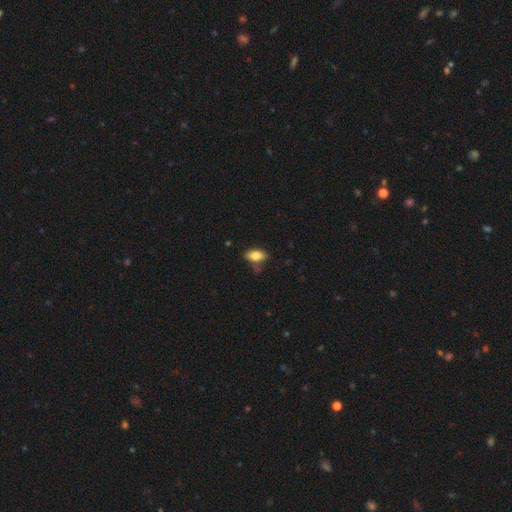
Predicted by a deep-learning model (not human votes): Morphology: type=smooth (82%); roundness=in between (89%); merging=none (65%).